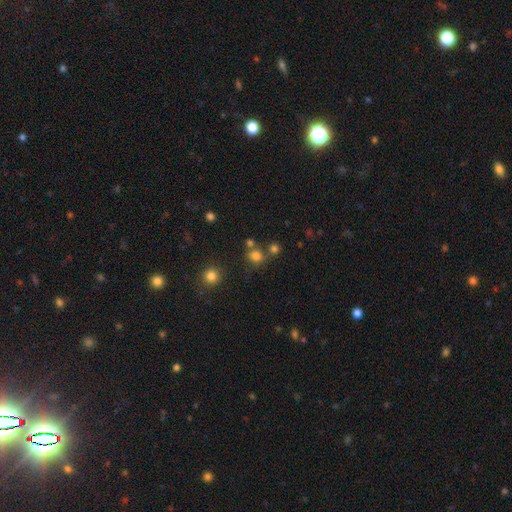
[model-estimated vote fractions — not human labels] Smooth or featured: smooth — 76% (star or artifact — 18%)
How rounded: round — 71% (in between — 28%)
Merging: none — 61% (merger — 22%)